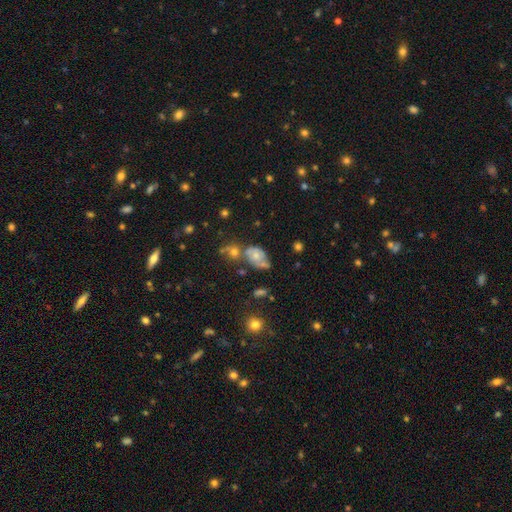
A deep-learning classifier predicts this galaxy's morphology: The model was most divided on "merging": merger: 35%, none: 30%, minor disturbance: 21%, major disturbance: 14%. Remaining: smooth or featured — smooth (48%).